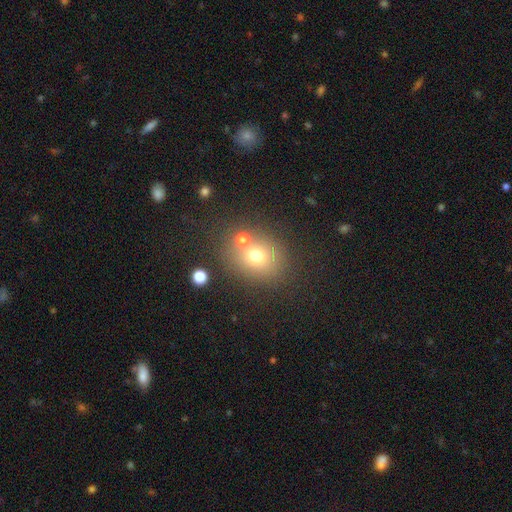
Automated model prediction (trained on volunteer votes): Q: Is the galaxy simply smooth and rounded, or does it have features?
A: smooth — 68%.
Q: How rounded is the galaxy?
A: round — 69%.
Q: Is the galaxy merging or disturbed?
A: none — 65%.